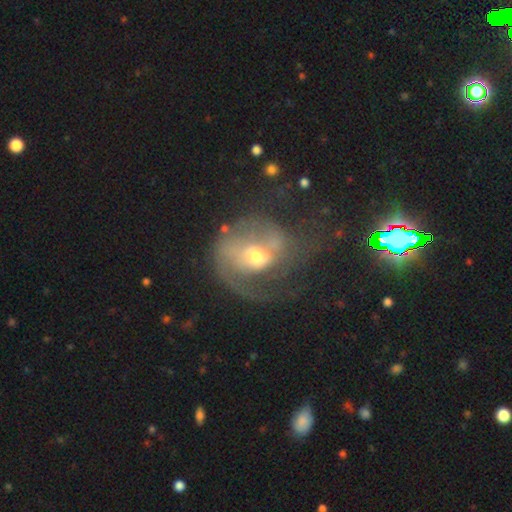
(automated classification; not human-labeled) Overall: featured or disk (66%). Edge-on disk: no (97%). Bar: no (57%; weak 32%). Spiral arms: yes (69%; no 31%). Bulge size: moderate (60%; small 30%). Merging: major disturbance (46%; none 33%).